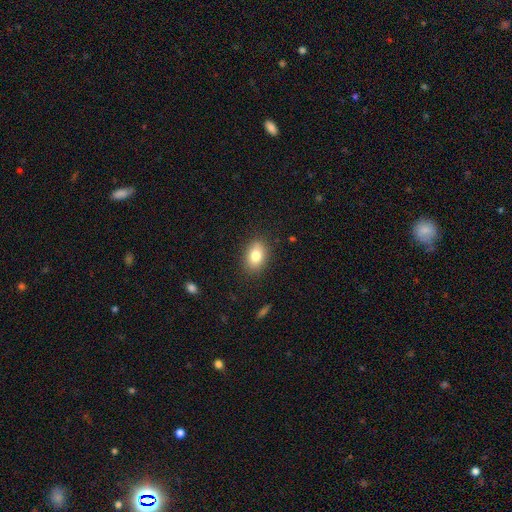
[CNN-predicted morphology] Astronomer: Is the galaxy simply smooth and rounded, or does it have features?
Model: smooth — 80%.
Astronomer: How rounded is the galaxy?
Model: in between — 77%.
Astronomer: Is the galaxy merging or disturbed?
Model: none — 85%.